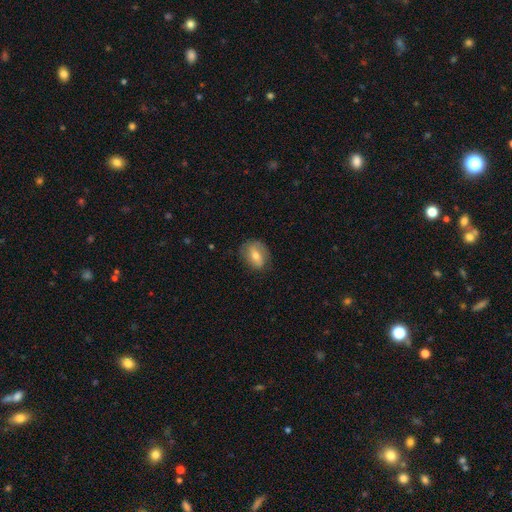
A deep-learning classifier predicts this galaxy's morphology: This is possibly a smooth galaxy (49%). Merging: likely none (74%).